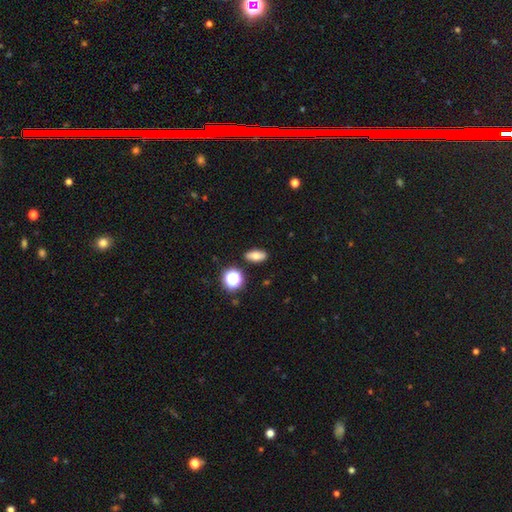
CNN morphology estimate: Smooth or featured?
  - smooth: 73% *
  - featured or disk: 14%
  - star or artifact: 13%
How rounded?
  - in between: 80% *
  - round: 12%
  - cigar-shaped: 8%
Merging?
  - none: 88% *
  - minor disturbance: 8%
  - merger: 2%
  - major disturbance: 2%